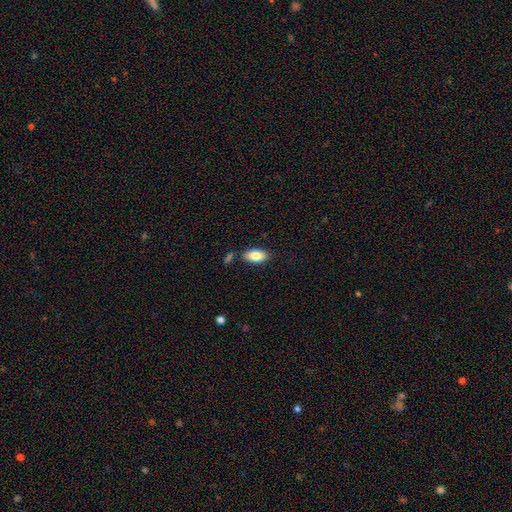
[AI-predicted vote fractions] smooth_or_featured: smooth (p=0.82) [alt: featured or disk p=0.11]
how_rounded: in between (p=0.91) [alt: cigar-shaped p=0.05]
merging: none (p=0.81) [alt: minor disturbance p=0.12]